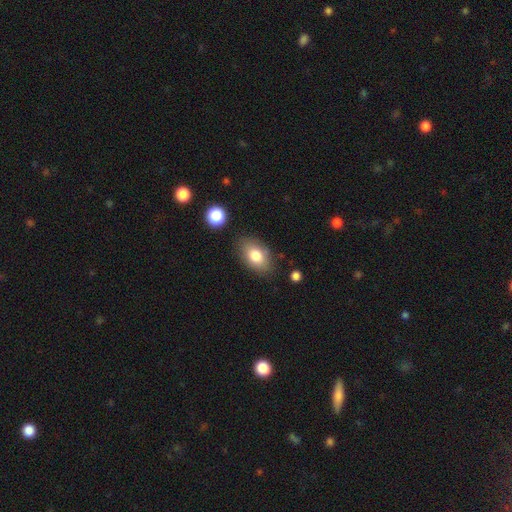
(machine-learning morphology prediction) smooth 79%, featured or disk 13%, star or artifact 8%. Down the decision tree: how rounded — in between (88%); merging — none (80%).